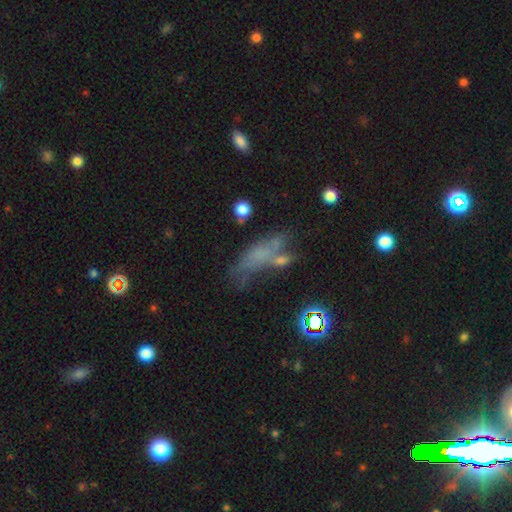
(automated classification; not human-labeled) Smooth or featured? smooth (51%)
How rounded? in between (57%)
Merging? none (35%)